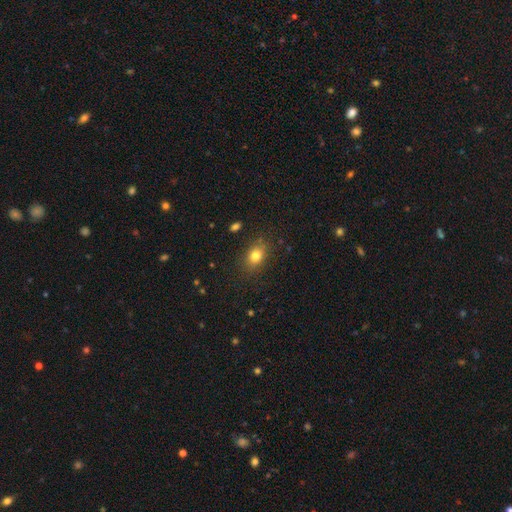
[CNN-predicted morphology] smooth-or-featured: smooth: 80% | star or artifact: 11% | featured or disk: 9%
  how-rounded: in between: 68% | round: 30% | cigar-shaped: 2%
  merging: none: 83% | minor disturbance: 12% | major disturbance: 4% | merger: 2%